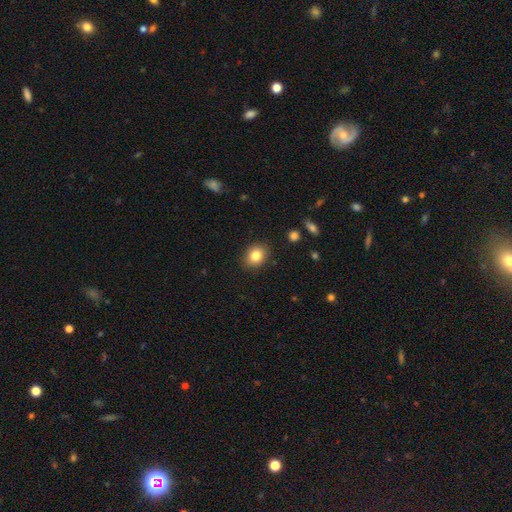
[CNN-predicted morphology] smooth_or_featured: smooth (p=0.83) [alt: star or artifact p=0.10]
how_rounded: round (p=0.50) [alt: in between p=0.49]
merging: none (p=0.88) [alt: minor disturbance p=0.09]